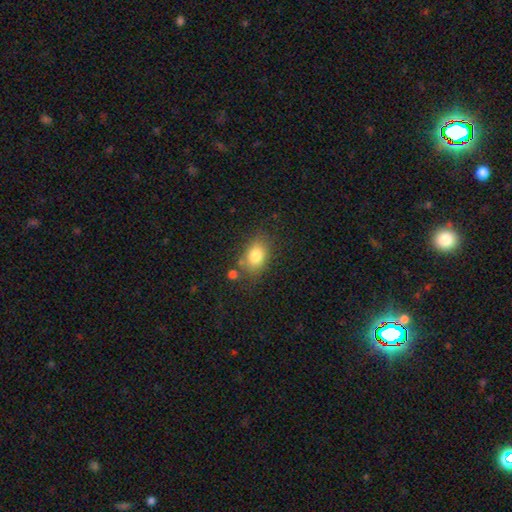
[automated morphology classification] Overall: smooth (81%). How rounded: in between (75%). Merging: none (71%).